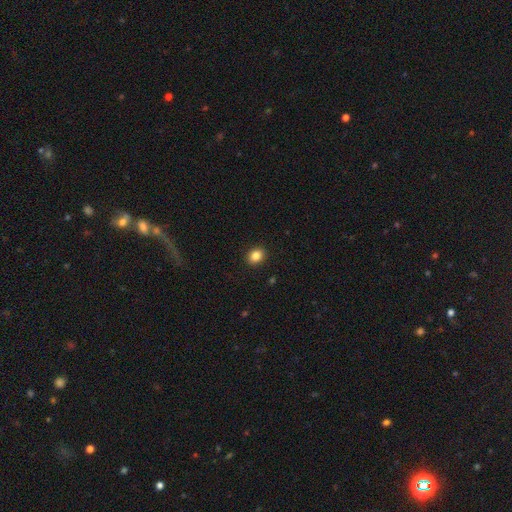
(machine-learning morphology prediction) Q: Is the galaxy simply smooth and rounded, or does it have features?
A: smooth — 85%.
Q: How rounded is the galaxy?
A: round — 55%.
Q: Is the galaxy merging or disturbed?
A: none — 92%.